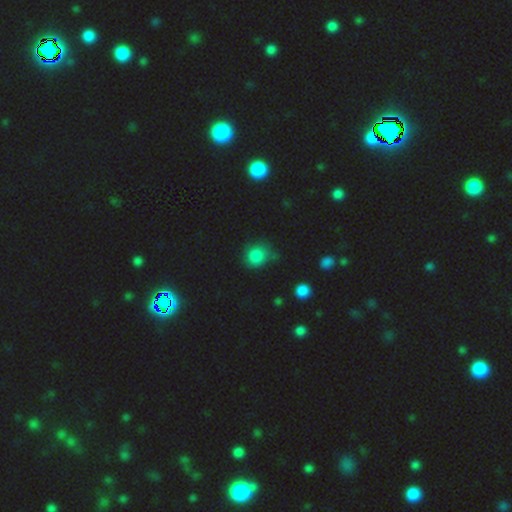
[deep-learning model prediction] Q: Smooth or featured?
A: smooth (80%); runner-up: star or artifact (15%)
Q: How rounded?
A: round (77%); runner-up: in between (21%)
Q: Merging?
A: none (64%); runner-up: minor disturbance (25%)